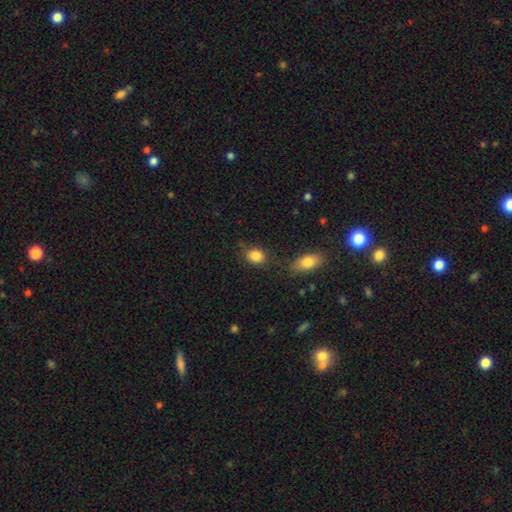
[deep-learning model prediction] Morphology: type=smooth (86%); roundness=in between (59%); merging=none (75%).